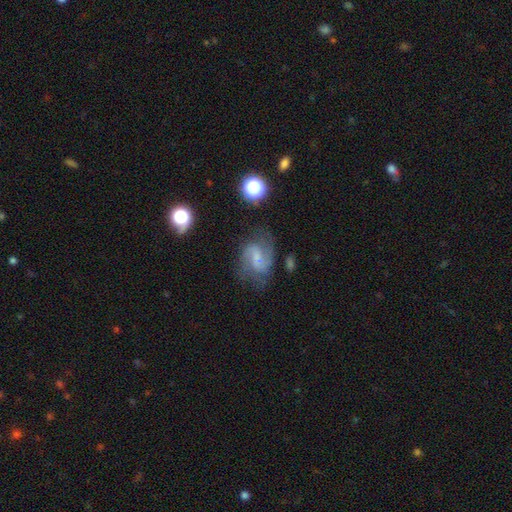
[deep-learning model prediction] Smooth or featured: featured or disk — 68% (smooth — 21%)
Edge-on disk: no — 97% (yes — 3%)
Bar: weak — 54% (no — 25%)
Spiral arms: yes — 90% (no — 10%)
Spiral winding: medium — 47% (loose — 33%)
Spiral arm count: 2 — 75% (can't tell — 13%)
Bulge size: small — 40% (none — 31%)
Merging: none — 66% (minor disturbance — 20%)